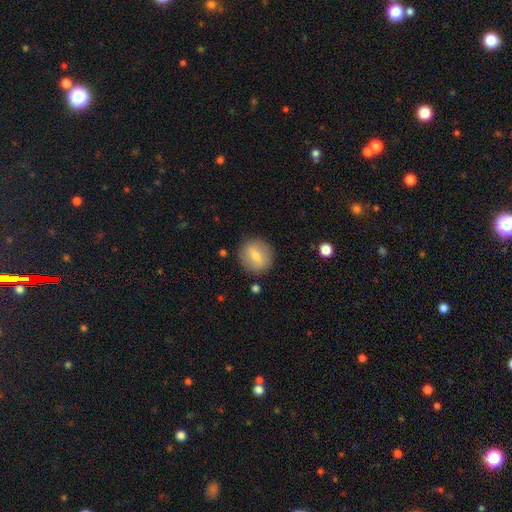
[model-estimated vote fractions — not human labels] A smooth galaxy with no disk features (66%) that is round (83%).

Vote fractions:
- Smooth or featured? smooth: 66% / featured or disk: 26% / star or artifact: 8%
- How rounded? round: 83% / in between: 16% / cigar-shaped: 1%
- Merging? none: 87% / minor disturbance: 8% / major disturbance: 3% / merger: 2%